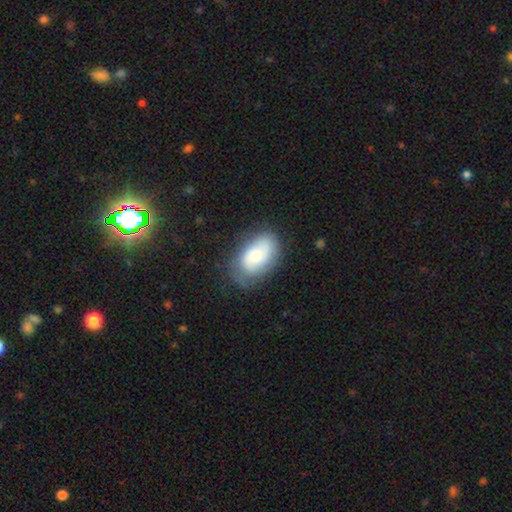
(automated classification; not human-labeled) Smooth or featured? Predicted: smooth (p=0.59). How rounded? Predicted: in between (p=0.90). Merging? Predicted: none (p=0.64).